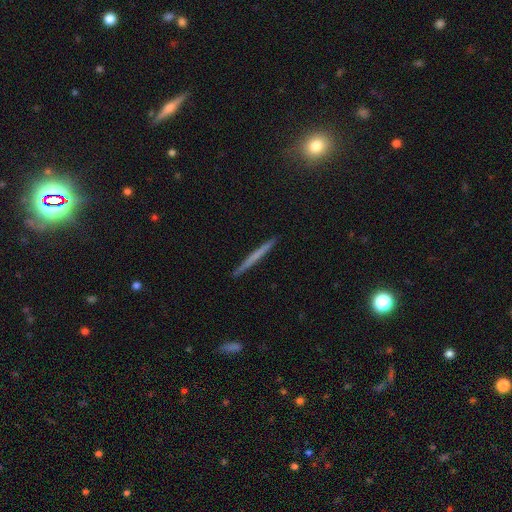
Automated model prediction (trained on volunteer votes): A smooth galaxy with no disk features (48%). Merging: none (92%).